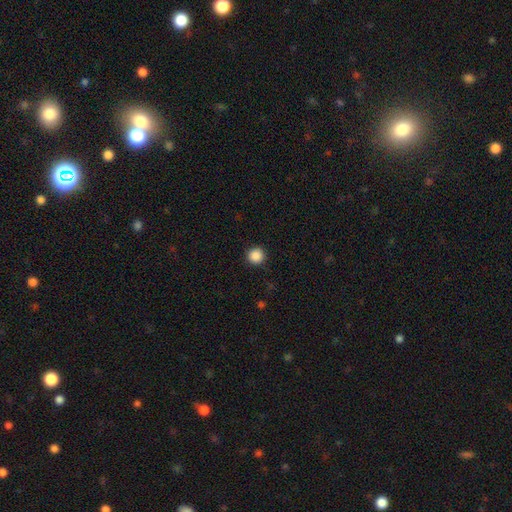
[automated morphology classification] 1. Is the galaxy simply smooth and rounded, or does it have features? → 88% smooth, 10% star or artifact, 2% featured or disk.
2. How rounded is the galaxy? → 96% round, 3% in between, 1% cigar-shaped.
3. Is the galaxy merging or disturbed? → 92% none, 5% minor disturbance, 2% major disturbance, 1% merger.